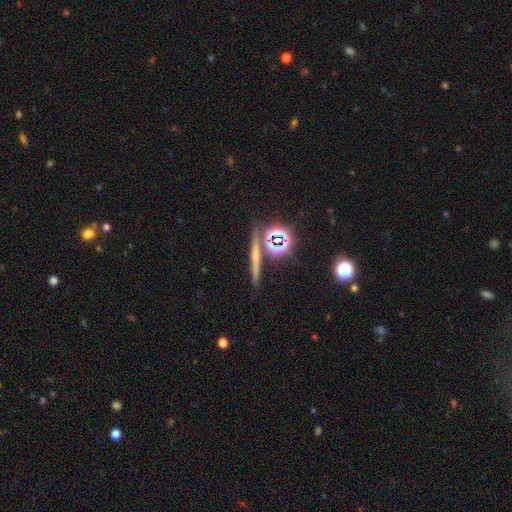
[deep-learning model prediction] This appears to be a smooth galaxy with no disk features (45%). Merging: none (80%).